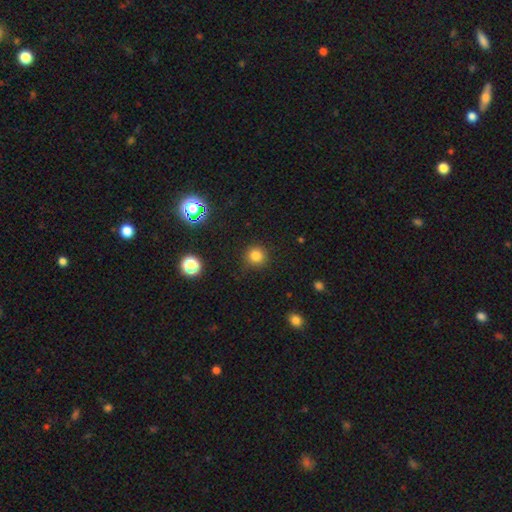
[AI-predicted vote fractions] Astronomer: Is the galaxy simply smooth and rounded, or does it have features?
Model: smooth — 81%.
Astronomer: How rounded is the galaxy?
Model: round — 93%.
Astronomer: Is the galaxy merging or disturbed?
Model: none — 89%.